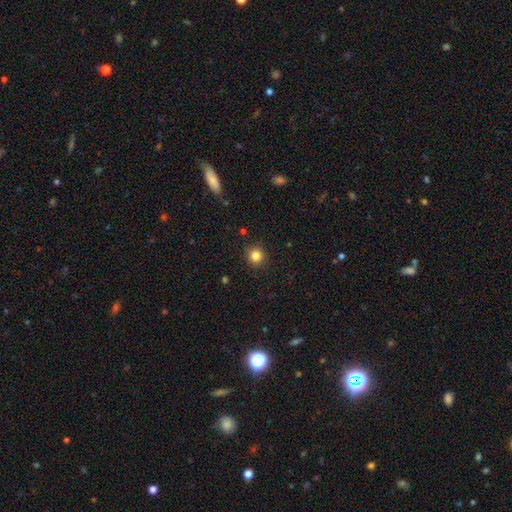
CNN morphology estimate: smooth_or_featured: smooth (p=0.83) [alt: star or artifact p=0.12]
how_rounded: round (p=0.94) [alt: in between p=0.05]
merging: none (p=0.91) [alt: minor disturbance p=0.06]